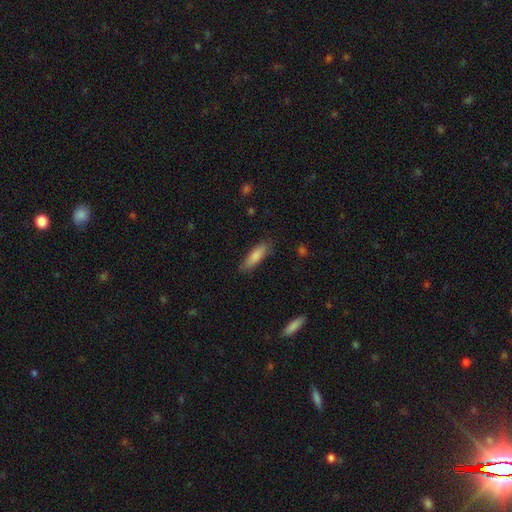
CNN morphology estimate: A smooth galaxy with no disk features (82%) that is cigar-shaped (62%). Merging: none (84%).